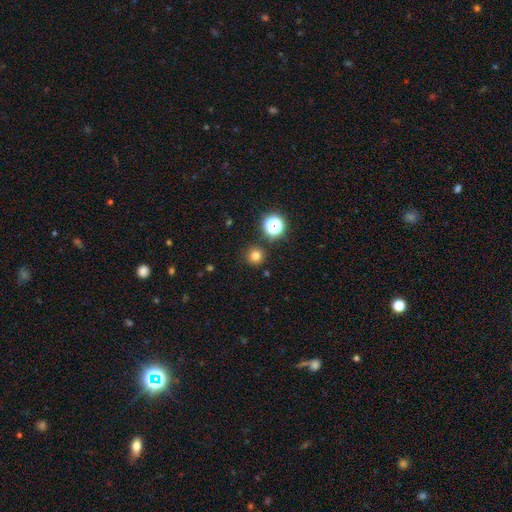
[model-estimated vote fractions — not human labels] smooth 76%, star or artifact 18%, featured or disk 5%. Down the decision tree: how rounded — round (95%); merging — none (89%).